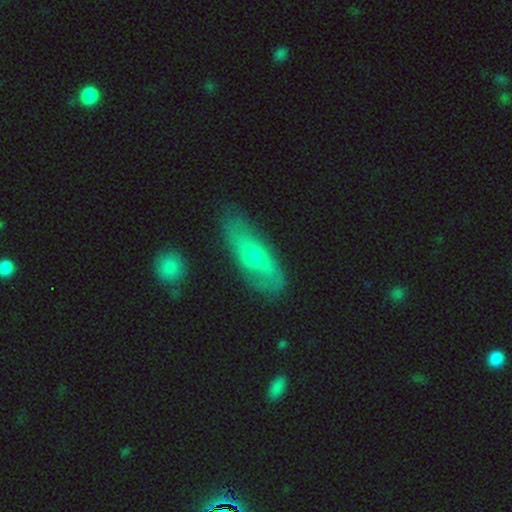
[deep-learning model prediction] Smooth or featured?
  - smooth: 52% *
  - featured or disk: 42%
  - star or artifact: 6%
How rounded?
  - in between: 64% *
  - cigar-shaped: 33%
  - round: 3%
Merging?
  - none: 67% *
  - minor disturbance: 23%
  - major disturbance: 7%
  - merger: 3%